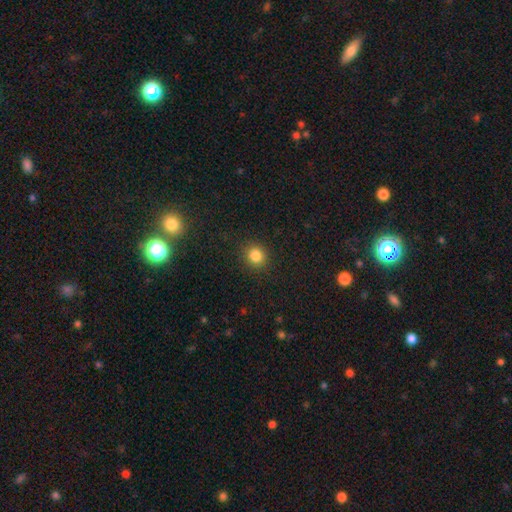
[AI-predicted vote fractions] Smooth or featured: smooth — 84% (star or artifact — 12%)
How rounded: round — 85% (in between — 14%)
Merging: none — 90% (minor disturbance — 6%)